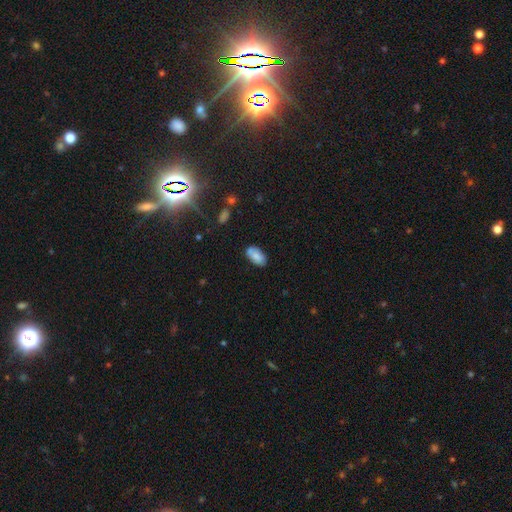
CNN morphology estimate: type=smooth (77%); roundness=in between (93%); merging=none (67%).